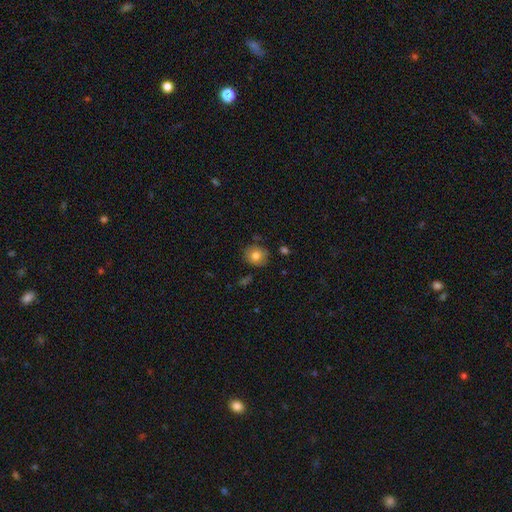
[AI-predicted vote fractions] The model was most divided on "how rounded": round: 75%, in between: 24%, cigar-shaped: 1%. More confident: merging — none (78%); smooth or featured — smooth (78%).